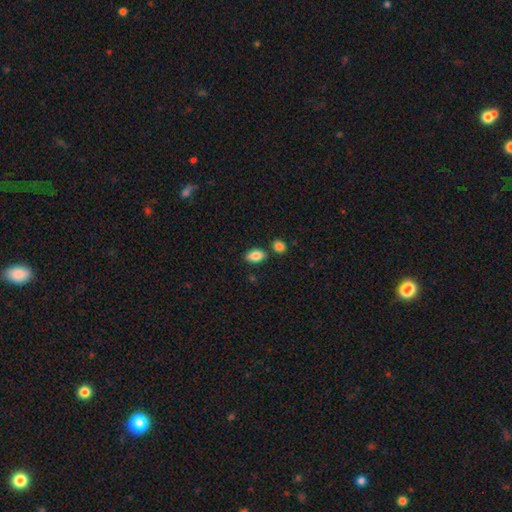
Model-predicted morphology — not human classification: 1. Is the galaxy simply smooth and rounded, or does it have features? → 86% smooth, 8% star or artifact, 6% featured or disk.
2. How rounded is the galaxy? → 90% in between, 8% round, 2% cigar-shaped.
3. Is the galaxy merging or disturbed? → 79% none, 10% minor disturbance, 8% merger, 2% major disturbance.